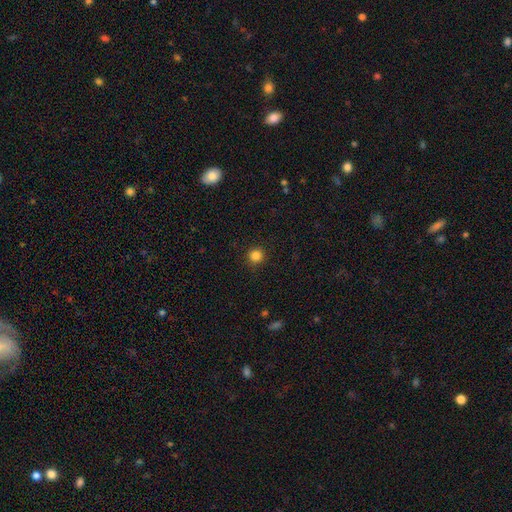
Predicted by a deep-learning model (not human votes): A smooth galaxy with no disk features (84%) that is round (95%).

Vote fractions:
- Smooth or featured? smooth: 84% / star or artifact: 12% / featured or disk: 3%
- How rounded? round: 95% / in between: 5% / cigar-shaped: 1%
- Merging? none: 91% / minor disturbance: 6% / major disturbance: 2% / merger: 1%